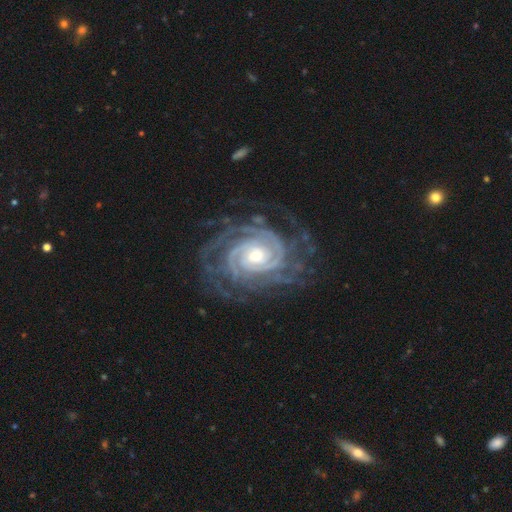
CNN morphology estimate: featured or disk 93%, star or artifact 4%, smooth 3%. Down the decision tree: edge-on disk — no (98%); bar — no (66%); spiral arms — yes (99%); spiral arm count — 2 (21%); spiral winding — tight (81%); bulge size — moderate (60%); merging — none (72%).